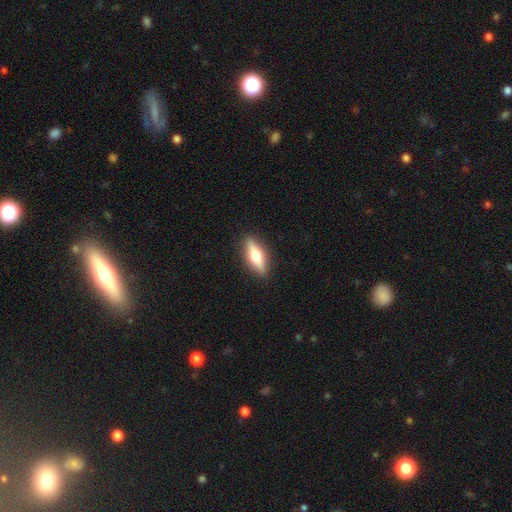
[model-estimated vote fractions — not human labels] This appears to be a featured or disk galaxy (51%) viewed edge-on (92%). Merging: none (90%).